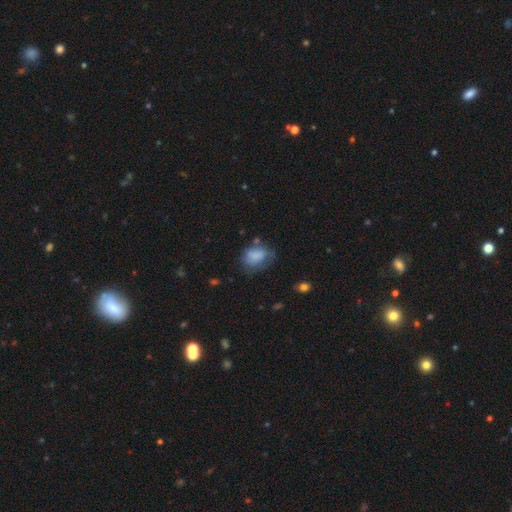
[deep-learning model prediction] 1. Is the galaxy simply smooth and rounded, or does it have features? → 74% smooth, 17% featured or disk, 9% star or artifact.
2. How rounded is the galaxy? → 68% in between, 31% round, 1% cigar-shaped.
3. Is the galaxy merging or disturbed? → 43% none, 31% minor disturbance, 21% major disturbance, 5% merger.